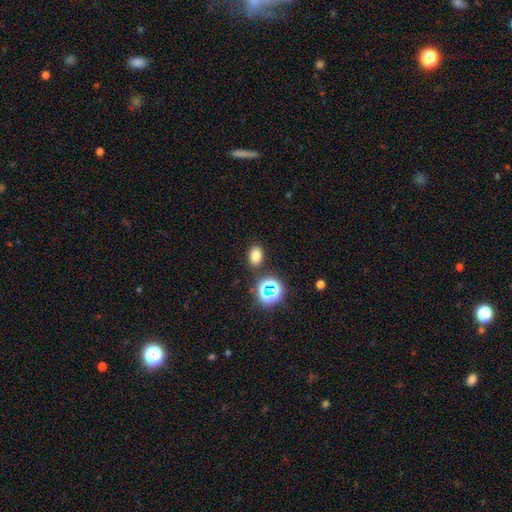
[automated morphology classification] Smooth or featured?
  - smooth: 75% *
  - star or artifact: 18%
  - featured or disk: 7%
How rounded?
  - in between: 70% *
  - round: 29%
  - cigar-shaped: 1%
Merging?
  - none: 85% *
  - minor disturbance: 9%
  - merger: 4%
  - major disturbance: 3%